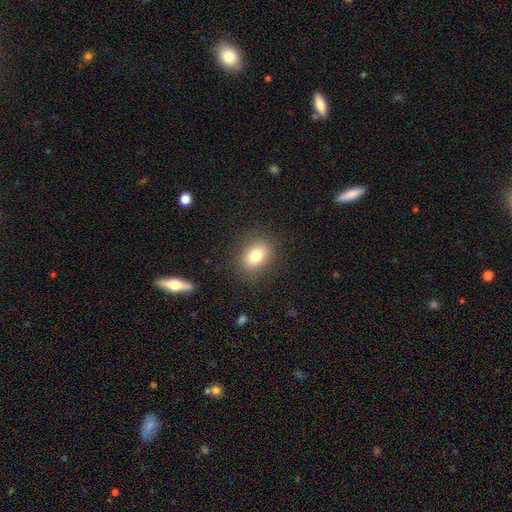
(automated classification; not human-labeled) Smooth or featured? smooth (80%)
How rounded? in between (68%)
Merging? none (86%)